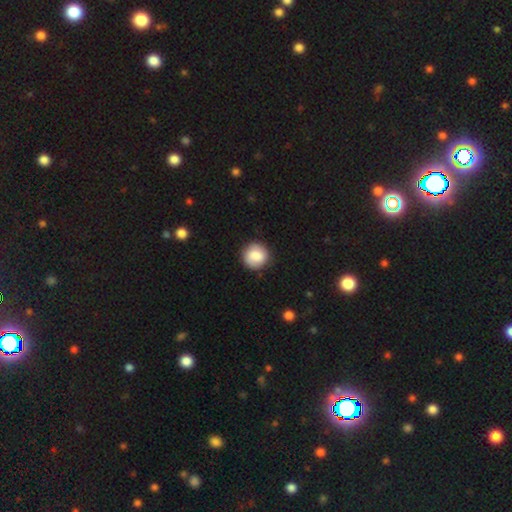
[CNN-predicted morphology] smooth 81%, featured or disk 13%, star or artifact 7%. Down the decision tree: how rounded — round (92%); merging — none (87%).